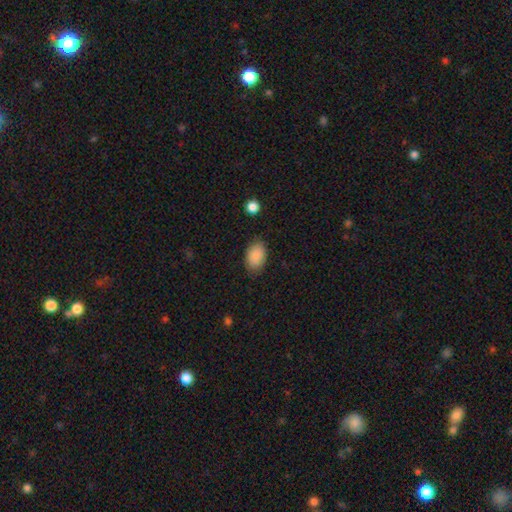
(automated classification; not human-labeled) smooth-or-featured: smooth: 87% | star or artifact: 7% | featured or disk: 5%
  how-rounded: in between: 88% | round: 11% | cigar-shaped: 1%
  merging: none: 82% | minor disturbance: 14% | major disturbance: 3% | merger: 1%